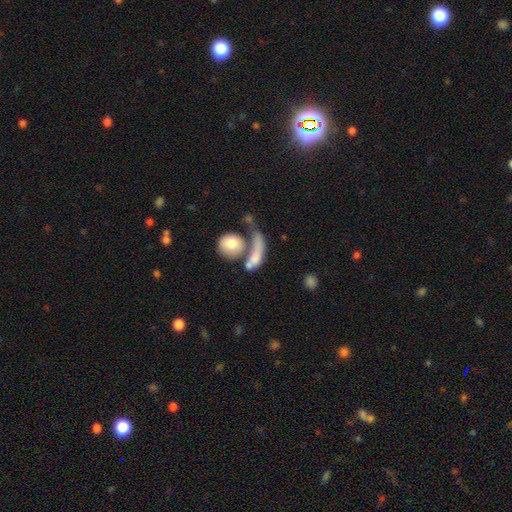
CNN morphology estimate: This is likely a smooth galaxy (68%). How rounded: marginally in between (44%). Merging: marginally merger (43%).